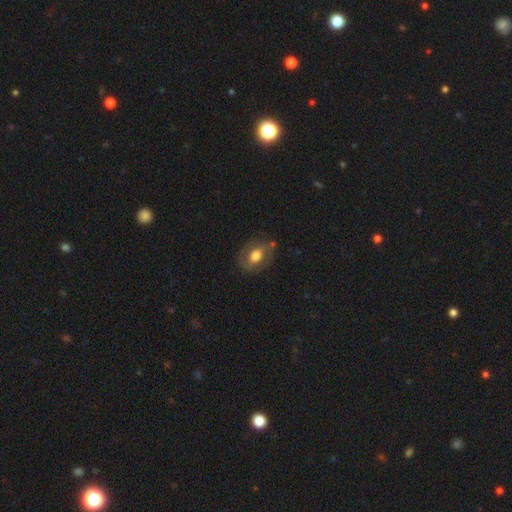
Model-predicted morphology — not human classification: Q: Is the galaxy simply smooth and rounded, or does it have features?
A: smooth — 55%.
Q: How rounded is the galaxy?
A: in between — 62%.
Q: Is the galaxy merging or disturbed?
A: none — 73%.